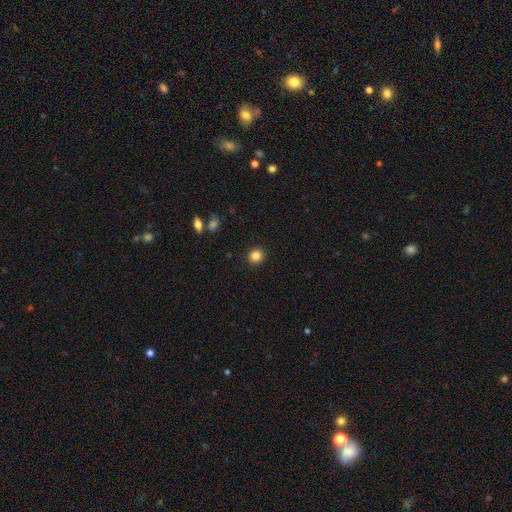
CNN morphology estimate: Smooth or featured? smooth (85%)
How rounded? round (90%)
Merging? none (92%)